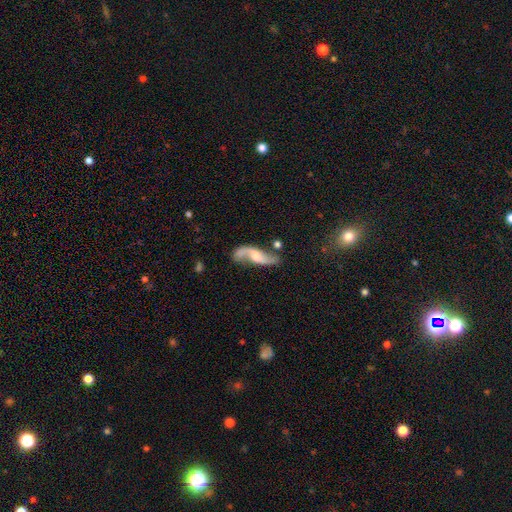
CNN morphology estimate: A featured or disk galaxy (78%) with no bar (54%), 2 (89%) loose (81%) spiral arms (93%) and a moderate central bulge (48%).

Vote fractions:
- Smooth or featured? featured or disk: 78% / smooth: 17% / star or artifact: 6%
- Edge-on disk? no: 89% / yes: 11%
- Bar? no: 54% / weak: 35% / strong: 11%
- Spiral arms? yes: 93% / no: 7%
- Spiral winding? loose: 81% / medium: 15% / tight: 4%
- Spiral arm count? 2: 89% / 1: 5% / can't tell: 3% / 3: 1% / 4: 1% / more than 4: 1%
- Bulge size? moderate: 48% / small: 31% / none: 11% / large: 9% / dominant: 2%
- Merging? none: 58% / minor disturbance: 20% / major disturbance: 12% / merger: 10%